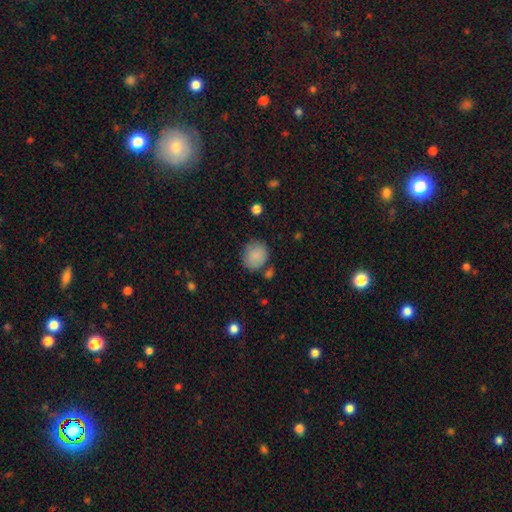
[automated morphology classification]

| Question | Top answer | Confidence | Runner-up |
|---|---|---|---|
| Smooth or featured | smooth | 87% | star or artifact (8%) |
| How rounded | round | 77% | in between (22%) |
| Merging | none | 73% | minor disturbance (16%) |